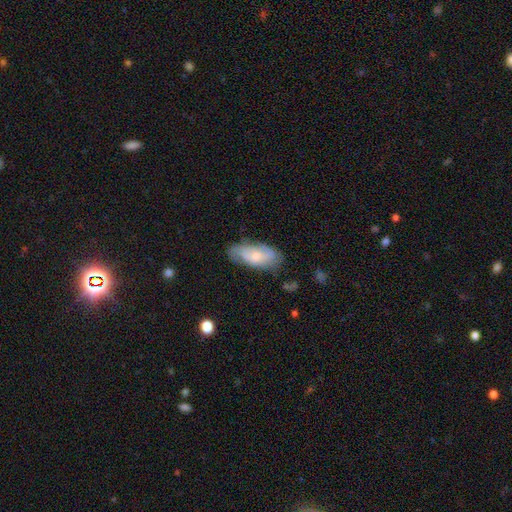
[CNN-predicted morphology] type=smooth (52%); roundness=in between (85%); merging=none (67%).